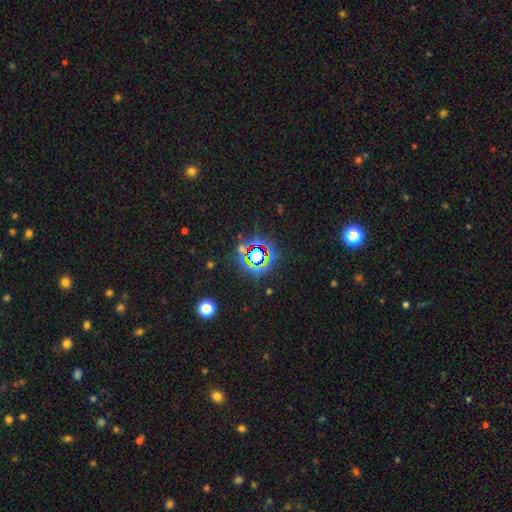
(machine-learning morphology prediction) Smooth or featured? Predicted: star or artifact (p=0.77).